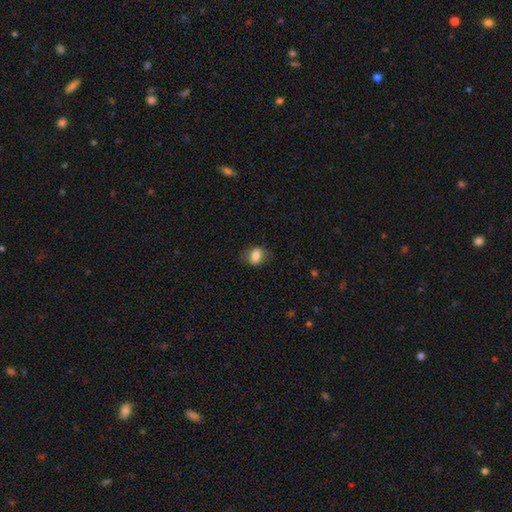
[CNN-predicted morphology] Q: Smooth or featured?
A: smooth (80%); runner-up: featured or disk (11%)
Q: How rounded?
A: in between (64%); runner-up: round (34%)
Q: Merging?
A: none (75%); runner-up: minor disturbance (18%)